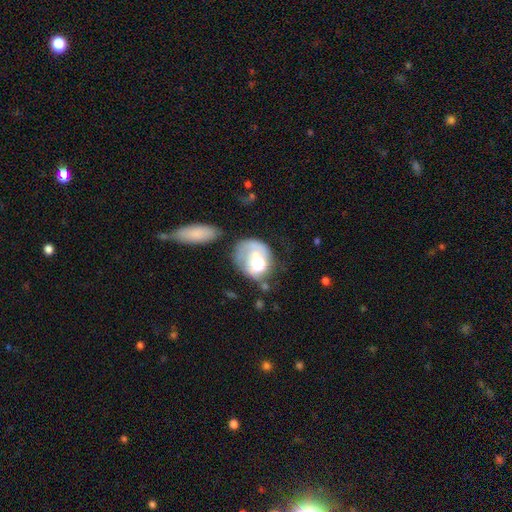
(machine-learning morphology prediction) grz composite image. It shows a smooth galaxy with no disk features (45%). Merging: none (32%).